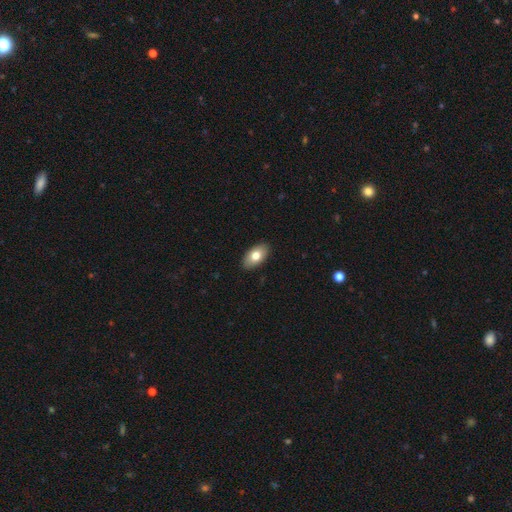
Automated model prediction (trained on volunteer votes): This is likely a smooth galaxy (76%). How rounded: clearly in between (94%). Merging: clearly none (90%).